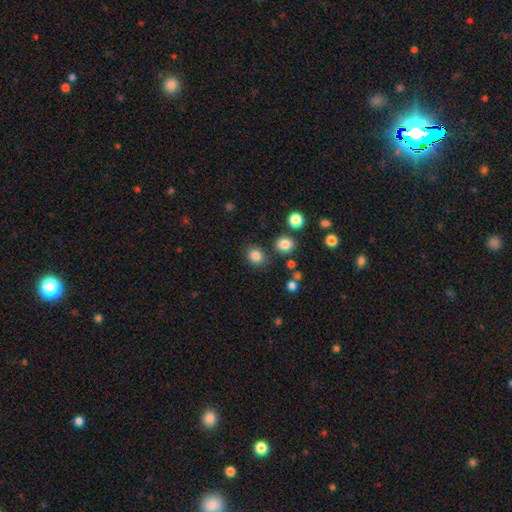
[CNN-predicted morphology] Overall: smooth (84%). How rounded: round (75%). Merging: none (83%).